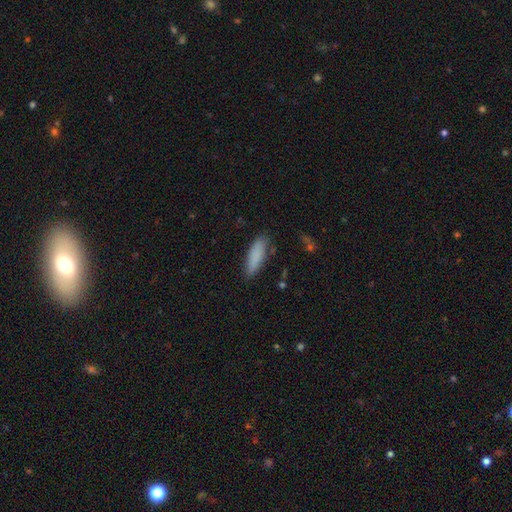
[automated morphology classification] Smooth or featured? Predicted: smooth (p=0.86). How rounded? Predicted: cigar-shaped (p=0.52). Merging? Predicted: none (p=0.82).